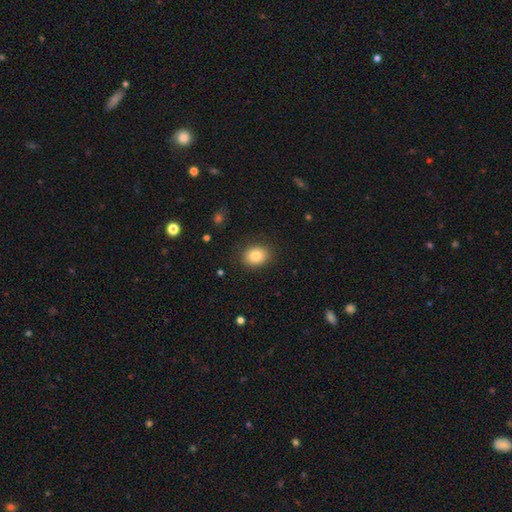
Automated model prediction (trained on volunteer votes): smooth-or-featured: smooth: 84% | star or artifact: 9% | featured or disk: 7%
  how-rounded: in between: 50% | round: 49% | cigar-shaped: 1%
  merging: none: 87% | minor disturbance: 9% | major disturbance: 3% | merger: 1%